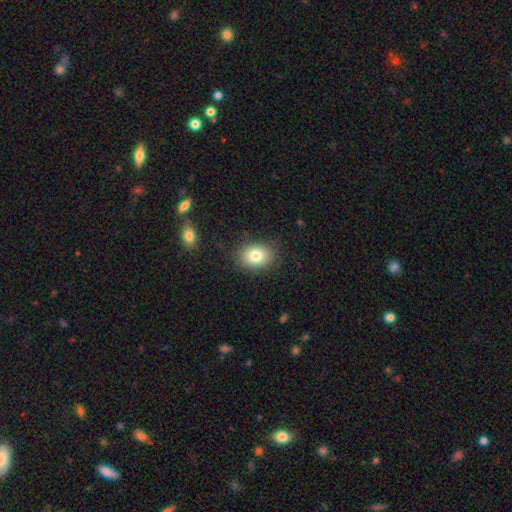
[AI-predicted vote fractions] Morphology: type=smooth (81%); roundness=in between (60%); merging=none (84%).